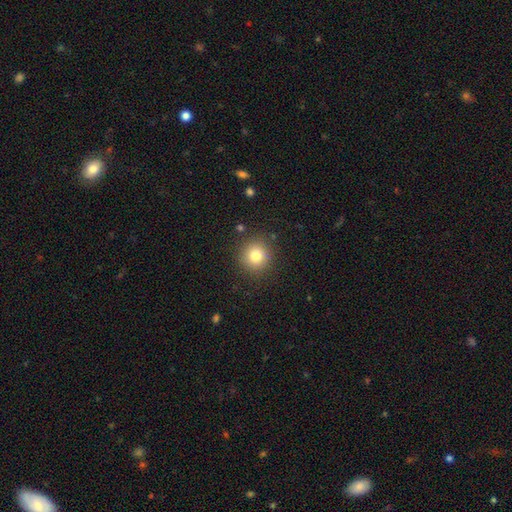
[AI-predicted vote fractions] smooth 80%, star or artifact 12%, featured or disk 8%. Down the decision tree: how rounded — round (92%); merging — none (88%).